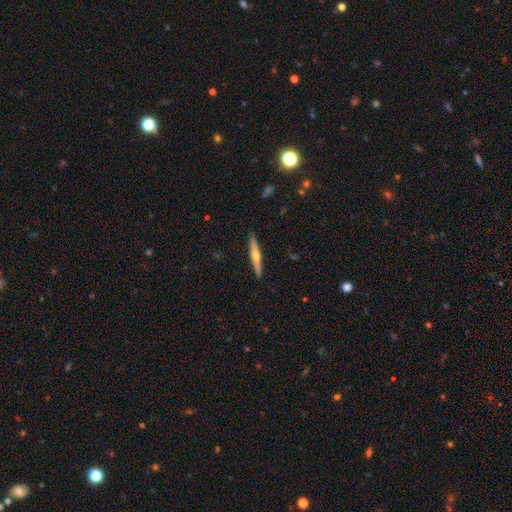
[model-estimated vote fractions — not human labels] This is likely a featured or disk galaxy (63%). It is clearly viewed edge-on (97%). Edge-on bulge: clearly rounded (89%). Merging: clearly none (91%).